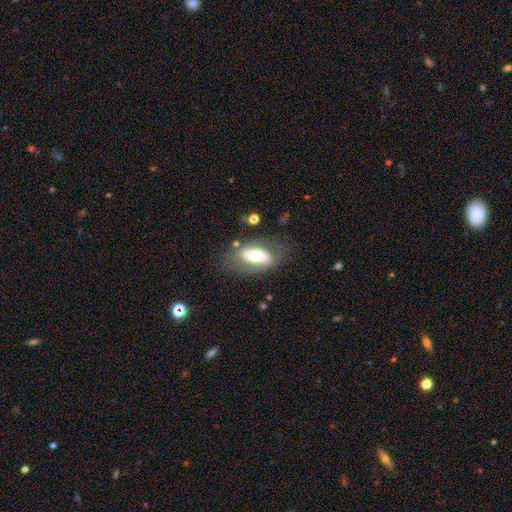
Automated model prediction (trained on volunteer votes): Overall: featured or disk (47%; smooth 45%). Merging: none (66%).